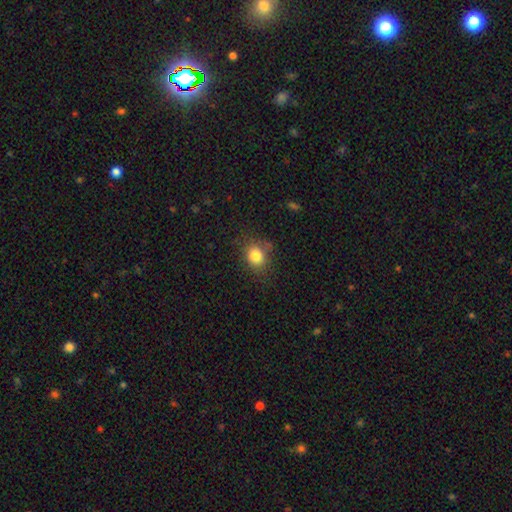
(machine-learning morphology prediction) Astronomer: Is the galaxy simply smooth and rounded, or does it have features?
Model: smooth — 82%.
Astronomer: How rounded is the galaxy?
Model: round — 59% (runner-up: in between, 40%).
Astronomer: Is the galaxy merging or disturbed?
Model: none — 77%.